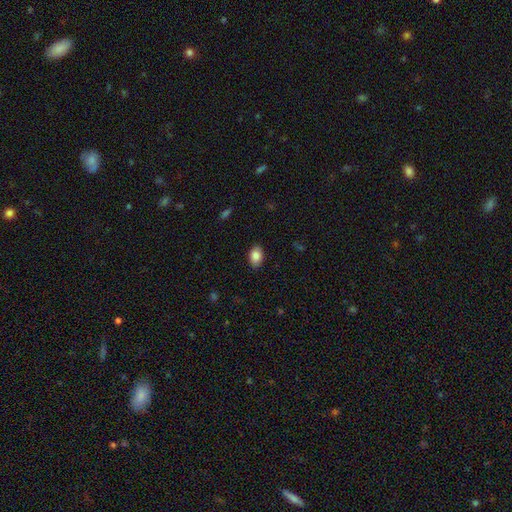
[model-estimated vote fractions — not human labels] smooth_or_featured: smooth (p=0.86) [alt: star or artifact p=0.08]
how_rounded: in between (p=0.86) [alt: round p=0.13]
merging: none (p=0.87) [alt: minor disturbance p=0.10]